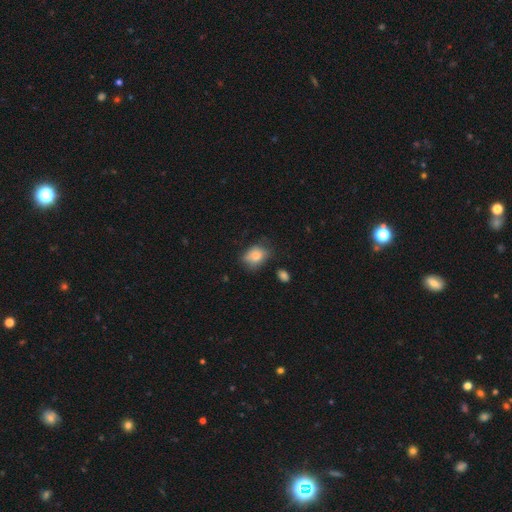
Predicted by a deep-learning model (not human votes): Morphology: type=smooth (78%); roundness=in between (63%); merging=none (58%).